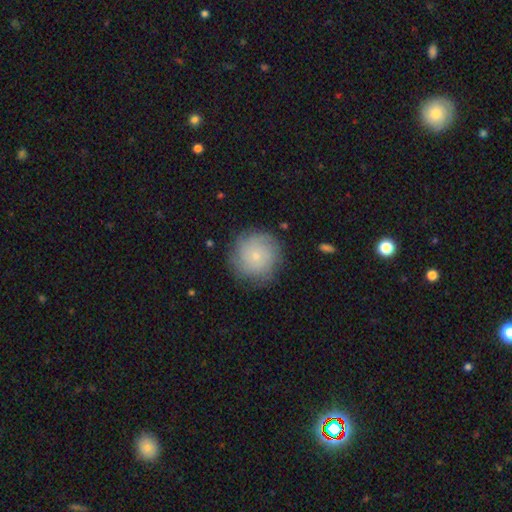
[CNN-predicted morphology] type=smooth (56%); roundness=round (93%); merging=none (80%).